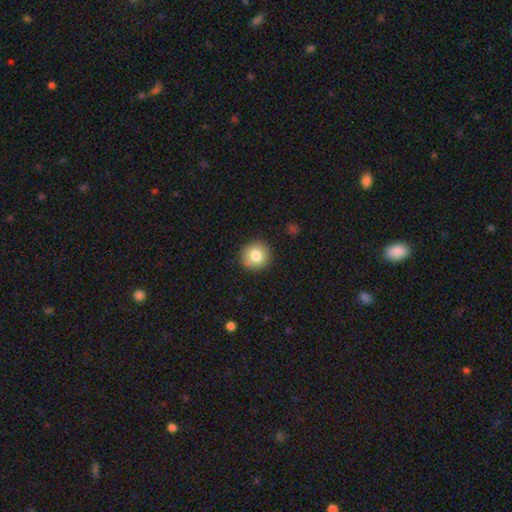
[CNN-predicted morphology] Smooth or featured? smooth (82%)
How rounded? round (94%)
Merging? none (90%)